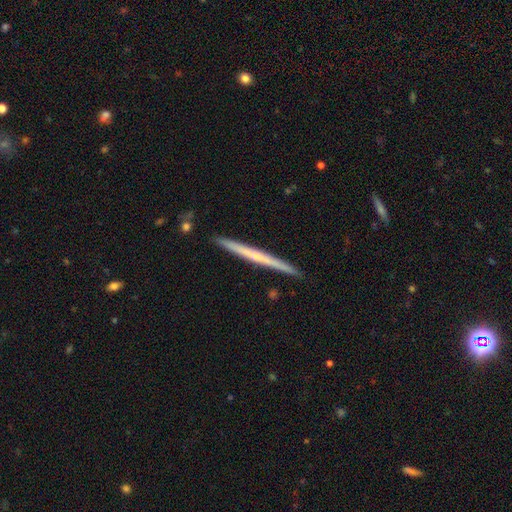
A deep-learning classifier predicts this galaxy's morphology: A featured or disk galaxy (59%) viewed edge-on (98%) with no central bulge (72%). Merging: none (92%).